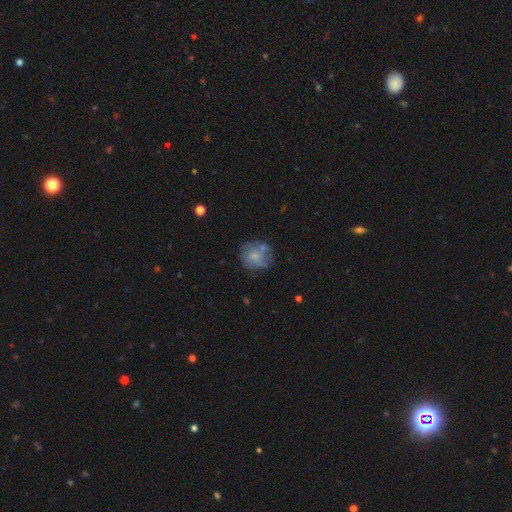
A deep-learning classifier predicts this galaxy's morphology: A smooth galaxy with no disk features (54%) that is round (79%).

Vote fractions:
- Smooth or featured? smooth: 54% / featured or disk: 38% / star or artifact: 8%
- How rounded? round: 79% / in between: 20% / cigar-shaped: 1%
- Merging? none: 56% / minor disturbance: 22% / major disturbance: 12% / merger: 10%